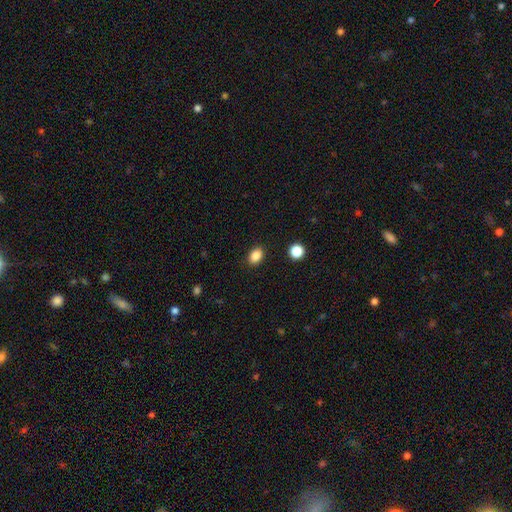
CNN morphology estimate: A smooth galaxy with no disk features (86%) that is in between round and cigar-shaped (79%). Merging: none (89%).